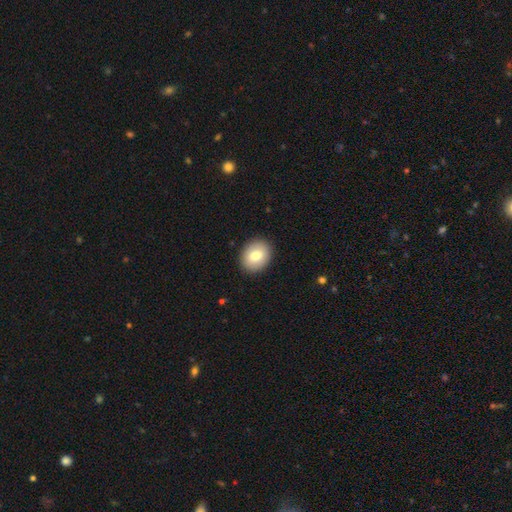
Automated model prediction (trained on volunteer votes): This is likely a smooth galaxy (79%). How rounded: possibly in between (54%). Merging: clearly none (90%).